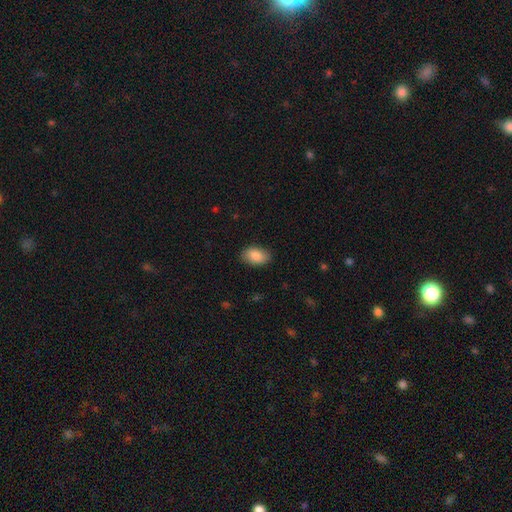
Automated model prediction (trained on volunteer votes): A smooth galaxy with no disk features (87%) that is in between round and cigar-shaped (90%). Merging: none (87%).